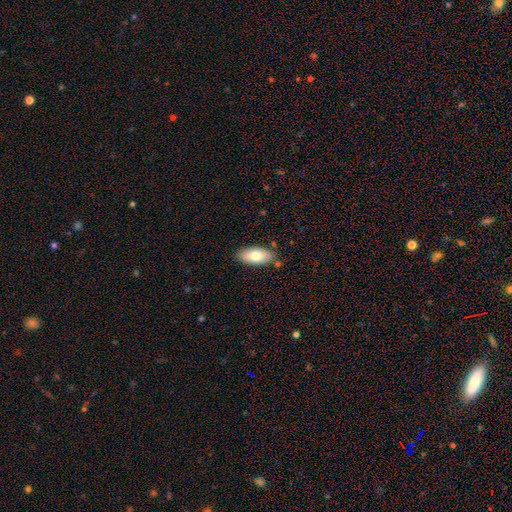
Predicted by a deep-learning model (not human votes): Smooth or featured?
  - smooth: 77% *
  - featured or disk: 17%
  - star or artifact: 6%
How rounded?
  - in between: 91% *
  - cigar-shaped: 7%
  - round: 2%
Merging?
  - none: 82% *
  - minor disturbance: 13%
  - merger: 3%
  - major disturbance: 2%